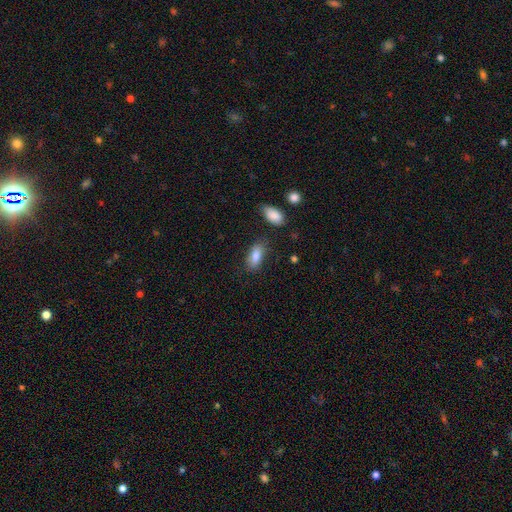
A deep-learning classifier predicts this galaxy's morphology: Smooth or featured? Predicted: smooth (p=0.83). How rounded? Predicted: in between (p=0.84). Merging? Predicted: none (p=0.74).